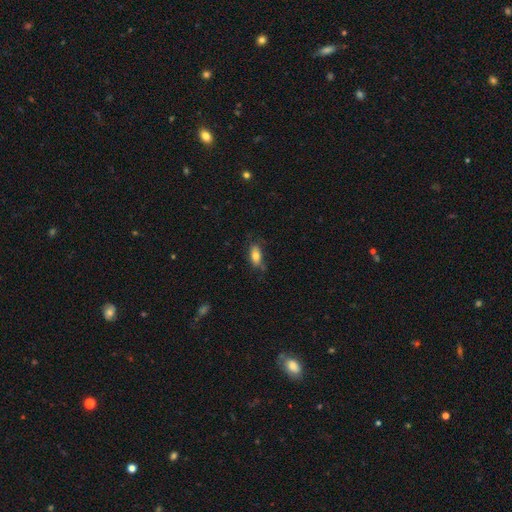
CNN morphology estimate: type=smooth (77%); roundness=in between (85%); merging=none (64%).